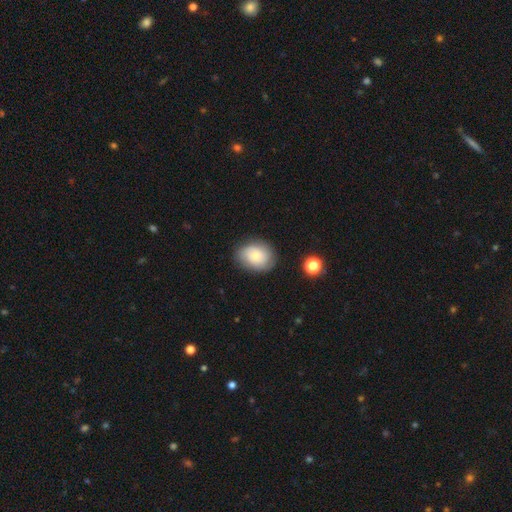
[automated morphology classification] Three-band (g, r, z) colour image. It shows a smooth galaxy with no disk features (61%) that is in between round and cigar-shaped (58%). Merging: none (79%).